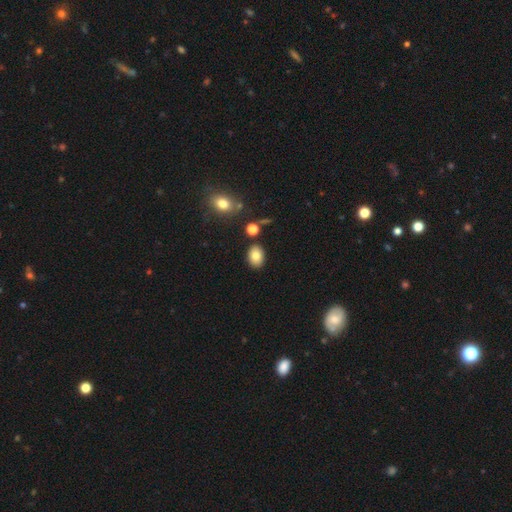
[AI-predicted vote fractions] Smooth or featured?
  - smooth: 81% *
  - featured or disk: 9%
  - star or artifact: 9%
How rounded?
  - in between: 76% *
  - round: 22%
  - cigar-shaped: 1%
Merging?
  - none: 84% *
  - minor disturbance: 9%
  - merger: 4%
  - major disturbance: 3%